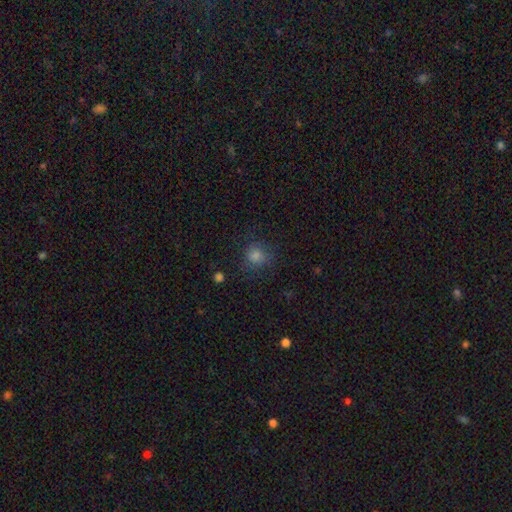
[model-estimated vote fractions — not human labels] Smooth or featured: smooth — 78% (star or artifact — 15%)
How rounded: round — 87% (in between — 12%)
Merging: none — 78% (minor disturbance — 14%)